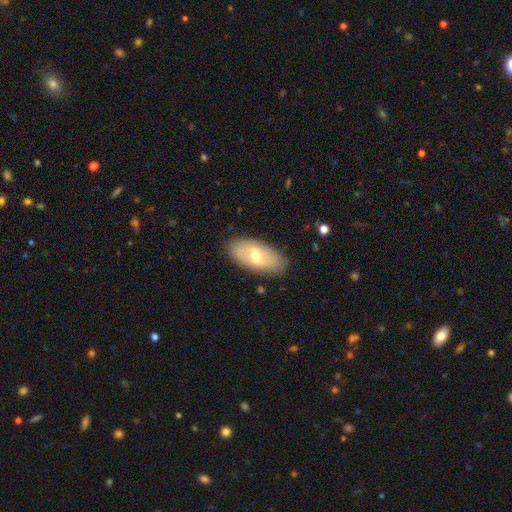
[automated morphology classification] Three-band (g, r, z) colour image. It shows a smooth galaxy with no disk features (57%) that is in between round and cigar-shaped (92%). Merging: none (85%).